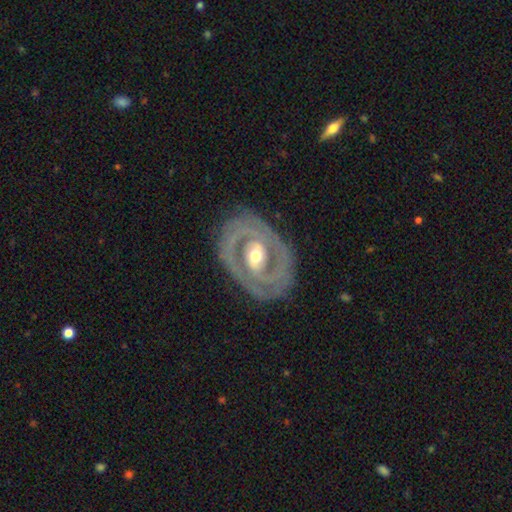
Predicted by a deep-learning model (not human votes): Smooth or featured: featured or disk — 85% (smooth — 11%)
Edge-on disk: no — 95% (yes — 5%)
Bar: weak — 37% (no — 35%)
Spiral arms: yes — 79% (no — 21%)
Spiral winding: tight — 64% (medium — 27%)
Spiral arm count: 2 — 62% (can't tell — 19%)
Bulge size: moderate — 69% (small — 19%)
Merging: none — 80% (minor disturbance — 13%)